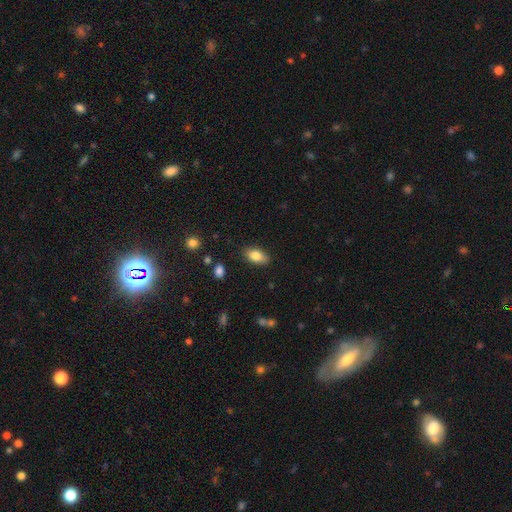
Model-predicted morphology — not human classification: Smooth or featured? Predicted: smooth (p=0.83). How rounded? Predicted: in between (p=0.90). Merging? Predicted: none (p=0.86).